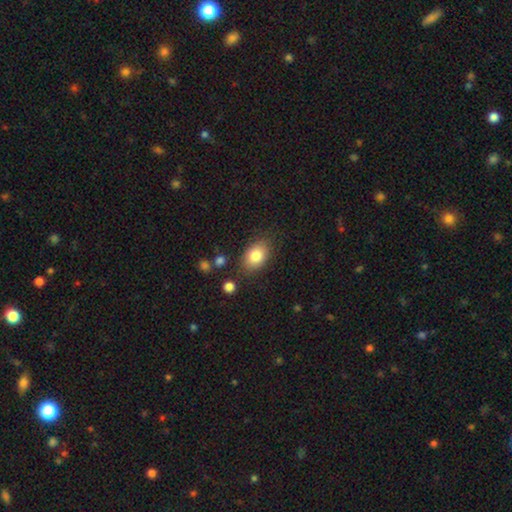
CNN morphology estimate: This appears to be a smooth galaxy with no disk features (82%) that is in between round and cigar-shaped (82%). Merging: none (79%).